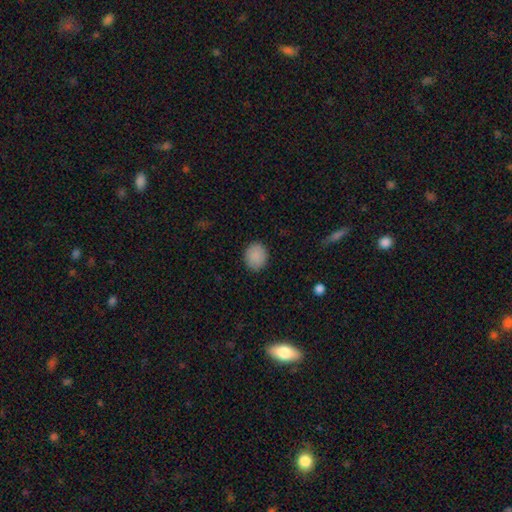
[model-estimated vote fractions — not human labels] Smooth or featured?
  - smooth: 89% *
  - star or artifact: 8%
  - featured or disk: 4%
How rounded?
  - round: 73% *
  - in between: 26%
  - cigar-shaped: 1%
Merging?
  - none: 89% *
  - minor disturbance: 8%
  - major disturbance: 2%
  - merger: 1%